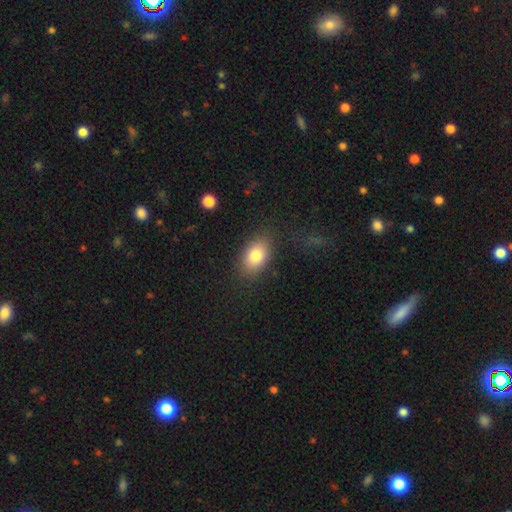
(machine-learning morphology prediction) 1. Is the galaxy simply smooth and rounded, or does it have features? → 82% smooth, 10% featured or disk, 8% star or artifact.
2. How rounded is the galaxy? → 87% in between, 11% round, 2% cigar-shaped.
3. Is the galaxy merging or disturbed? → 82% none, 12% minor disturbance, 5% major disturbance, 2% merger.